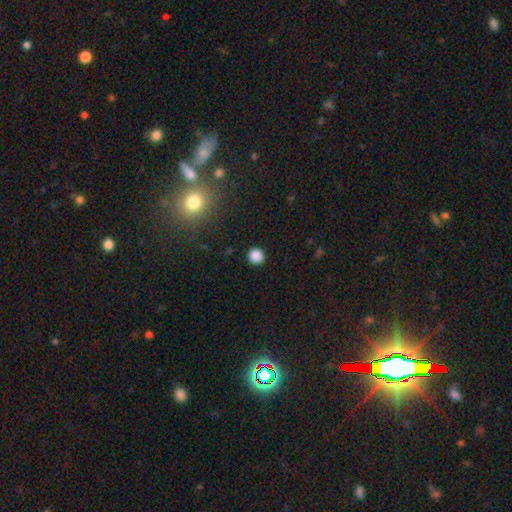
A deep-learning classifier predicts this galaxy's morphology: The model was most divided on "smooth or featured": smooth: 87%, star or artifact: 10%, featured or disk: 3%. More confident: merging — none (91%); how rounded — round (90%).